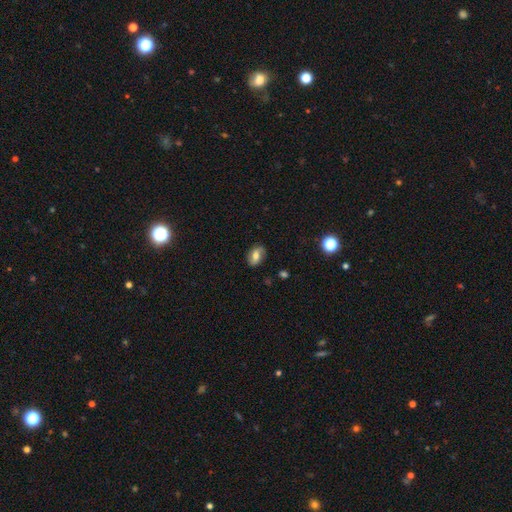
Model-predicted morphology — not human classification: Smooth or featured? Predicted: smooth (p=0.47). Merging? Predicted: none (p=0.79).